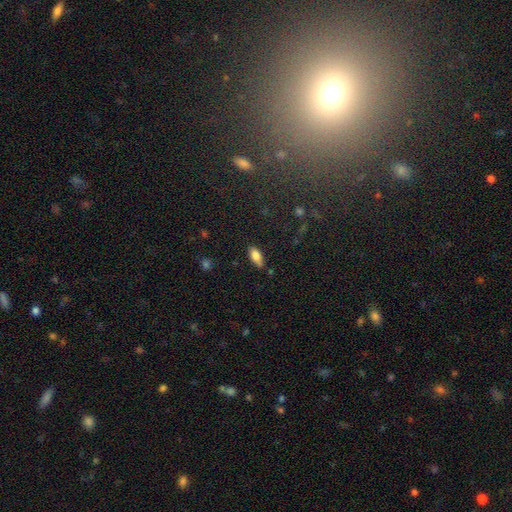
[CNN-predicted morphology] Smooth or featured?
  - smooth: 80% *
  - featured or disk: 13%
  - star or artifact: 7%
How rounded?
  - in between: 84% *
  - cigar-shaped: 13%
  - round: 3%
Merging?
  - none: 76% *
  - minor disturbance: 18%
  - major disturbance: 4%
  - merger: 2%